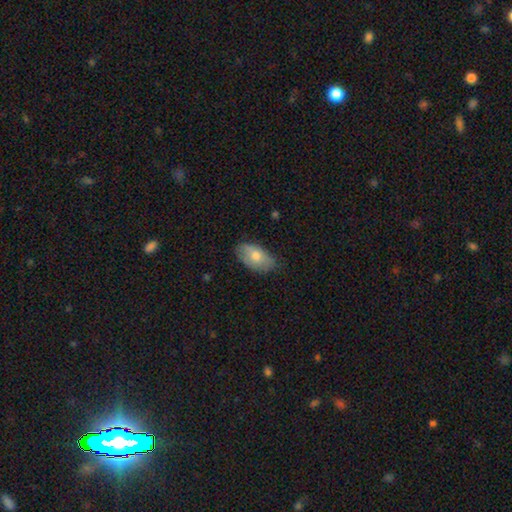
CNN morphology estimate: smooth_or_featured: smooth (p=0.70) [alt: featured or disk p=0.23]
how_rounded: in between (p=0.92) [alt: round p=0.05]
merging: none (p=0.74) [alt: minor disturbance p=0.21]